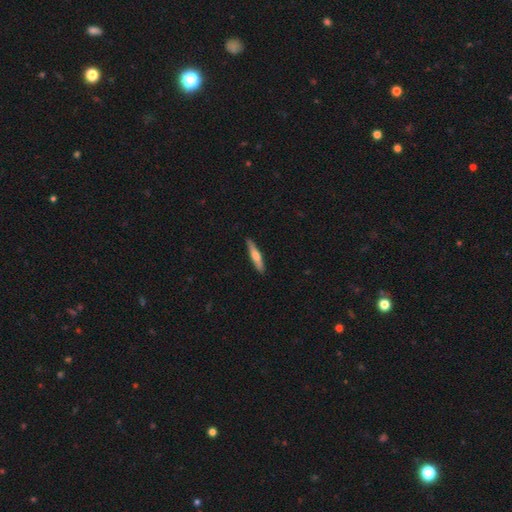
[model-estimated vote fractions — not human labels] Overall: smooth (52%; featured or disk 43%). How rounded: cigar-shaped (89%). Merging: none (89%).